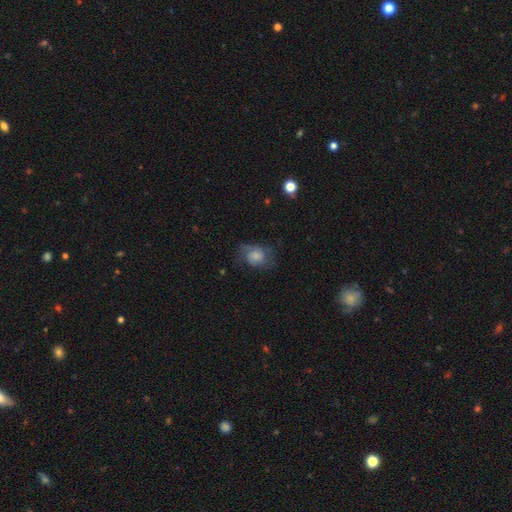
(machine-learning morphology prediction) Smooth or featured: smooth — 59% (featured or disk — 32%)
How rounded: in between — 53% (round — 46%)
Merging: none — 52% (minor disturbance — 28%)